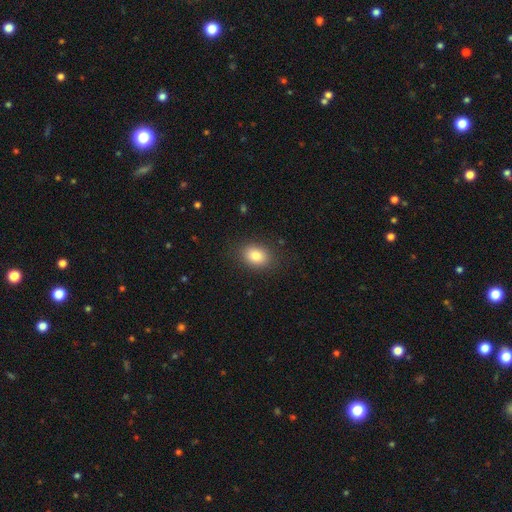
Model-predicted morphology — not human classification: Q: Smooth or featured?
A: smooth (84%); runner-up: star or artifact (9%)
Q: How rounded?
A: in between (70%); runner-up: round (29%)
Q: Merging?
A: none (85%); runner-up: minor disturbance (10%)